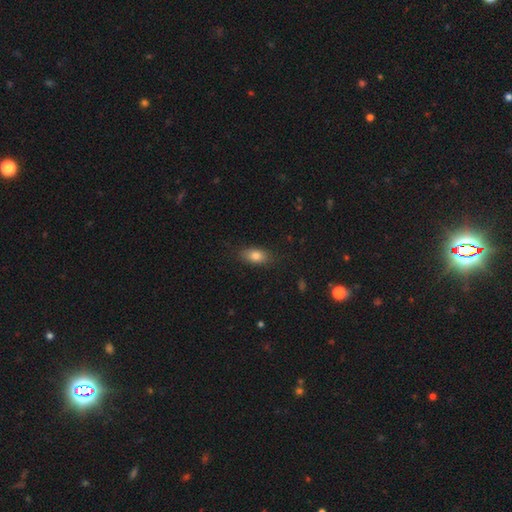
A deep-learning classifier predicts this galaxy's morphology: Q: Smooth or featured?
A: smooth (81%); runner-up: featured or disk (10%)
Q: How rounded?
A: in between (86%); runner-up: round (8%)
Q: Merging?
A: none (84%); runner-up: minor disturbance (12%)